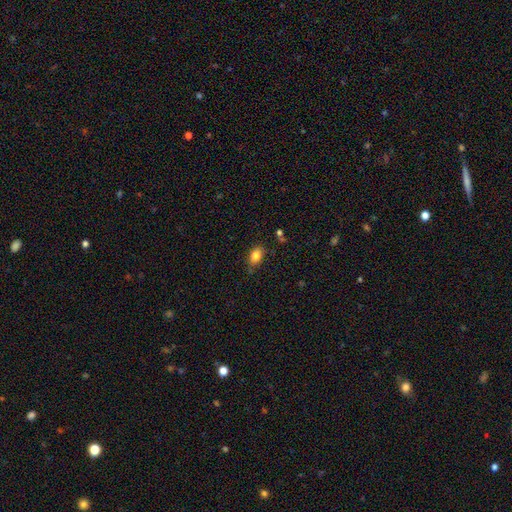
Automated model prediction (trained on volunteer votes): This appears to be a smooth galaxy with no disk features (83%) that is in between round and cigar-shaped (85%). Merging: none (78%).